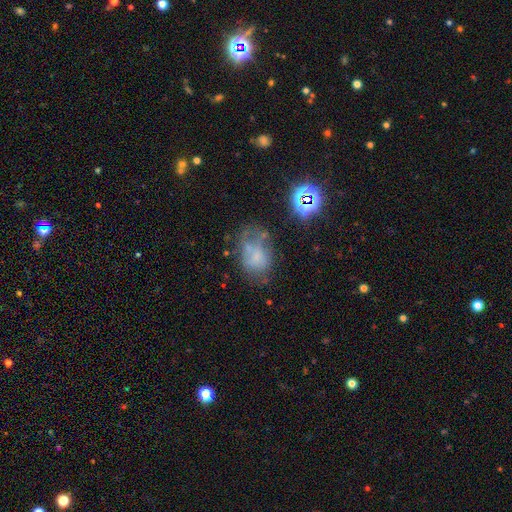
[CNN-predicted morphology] smooth 41%, featured or disk 37%, star or artifact 22%. Down the decision tree: merging — none (41%).